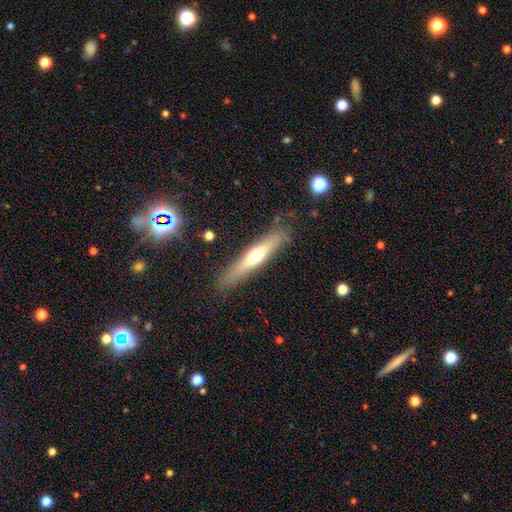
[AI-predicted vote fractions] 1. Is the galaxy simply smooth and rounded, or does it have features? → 51% featured or disk, 43% smooth, 6% star or artifact.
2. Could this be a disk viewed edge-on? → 89% yes, 11% no.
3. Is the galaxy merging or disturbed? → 86% none, 10% minor disturbance, 3% major disturbance, 2% merger.